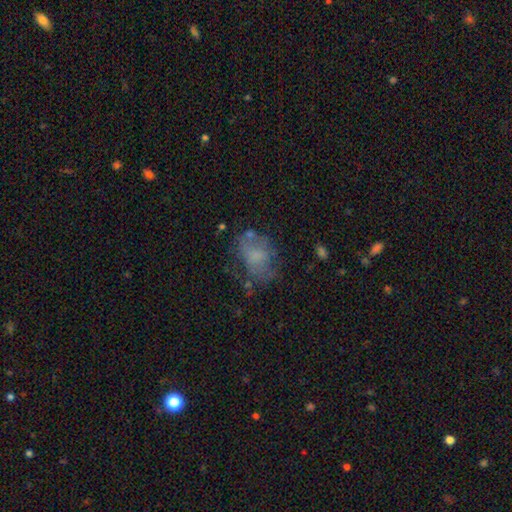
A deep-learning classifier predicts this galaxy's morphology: The model was most divided on "smooth or featured": smooth: 53%, featured or disk: 34%, star or artifact: 13%. Remaining: how rounded — in between (74%); merging — none (47%).